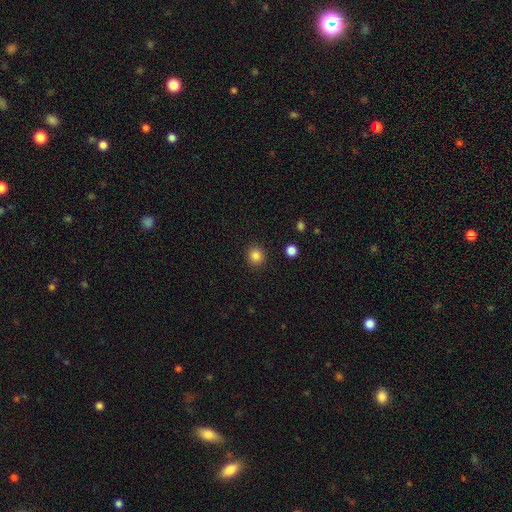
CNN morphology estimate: Smooth or featured? smooth (85%)
How rounded? round (89%)
Merging? none (91%)